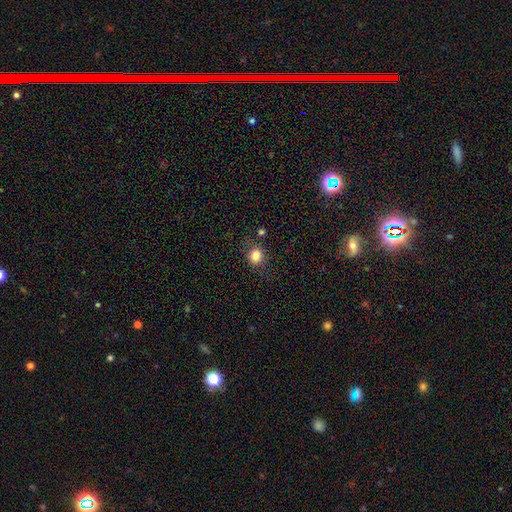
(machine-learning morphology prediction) Overall: smooth (82%). How rounded: round (72%). Merging: none (75%).